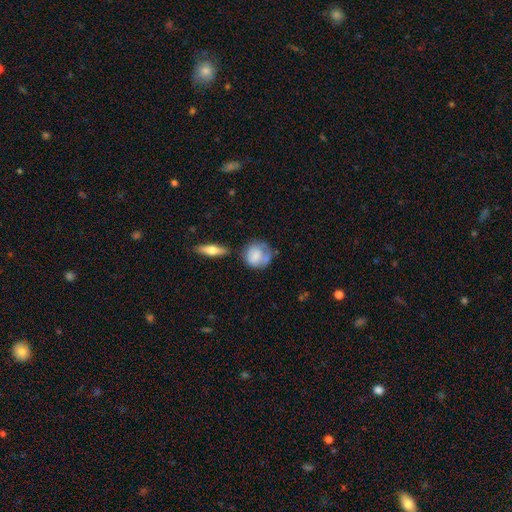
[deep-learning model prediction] Q: Smooth or featured?
A: smooth (66%); runner-up: featured or disk (27%)
Q: How rounded?
A: round (79%); runner-up: in between (20%)
Q: Merging?
A: none (50%); runner-up: minor disturbance (27%)